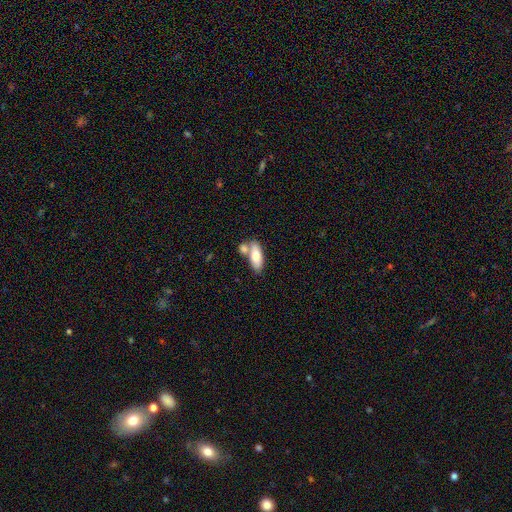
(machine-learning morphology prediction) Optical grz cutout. It shows a smooth galaxy with no disk features (73%) that is in between round and cigar-shaped (77%). Merging: none (50%).